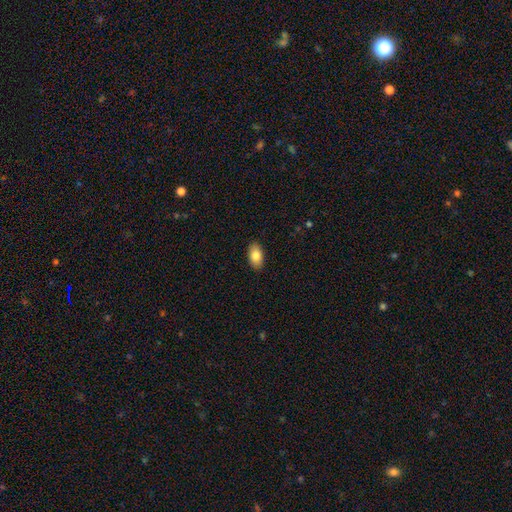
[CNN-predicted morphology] The model was most divided on "smooth or featured": smooth: 82%, featured or disk: 10%, star or artifact: 7%. More confident: how rounded — in between (93%); merging — none (89%).